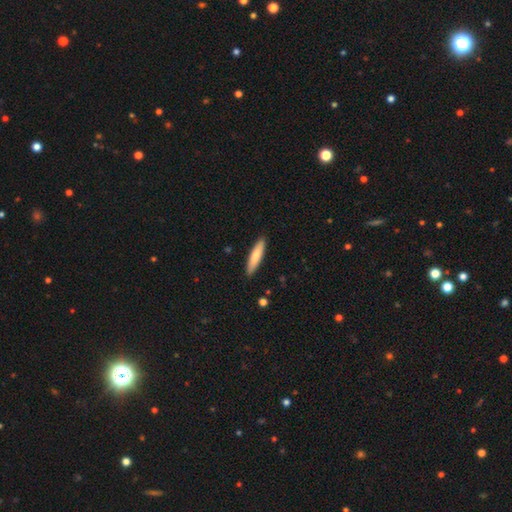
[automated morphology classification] Smooth or featured? Predicted: smooth (p=0.77). How rounded? Predicted: cigar-shaped (p=0.82). Merging? Predicted: none (p=0.90).